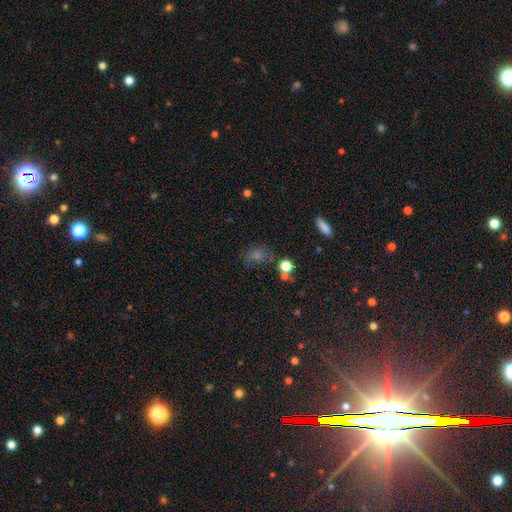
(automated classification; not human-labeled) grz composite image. It shows a smooth galaxy with no disk features (58%) that is in between round and cigar-shaped (60%). Merging: none (71%).